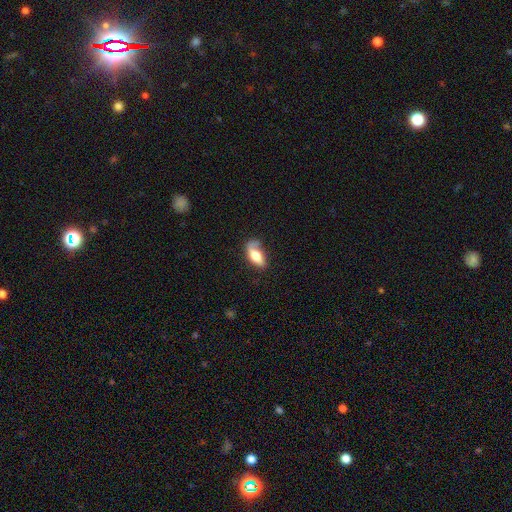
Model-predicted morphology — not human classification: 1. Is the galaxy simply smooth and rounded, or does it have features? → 63% smooth, 30% featured or disk, 7% star or artifact.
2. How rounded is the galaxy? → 84% in between, 12% cigar-shaped, 4% round.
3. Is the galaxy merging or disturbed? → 42% none, 31% minor disturbance, 21% major disturbance, 6% merger.